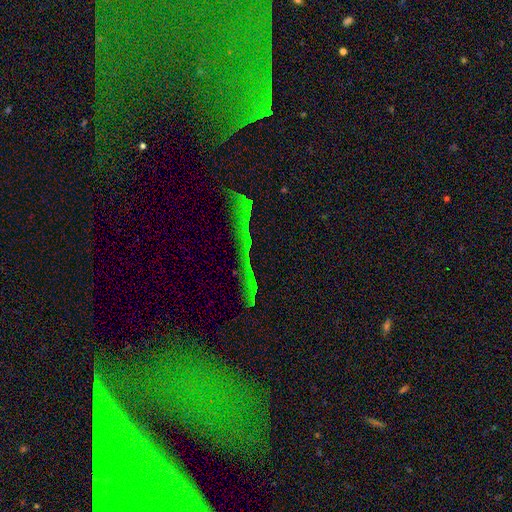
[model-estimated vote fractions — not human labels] smooth-or-featured: star or artifact: 69% | featured or disk: 17% | smooth: 14%